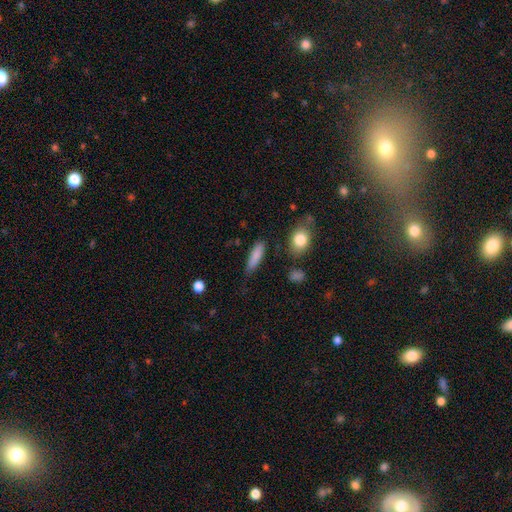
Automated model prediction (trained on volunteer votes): Overall: smooth (84%). How rounded: cigar-shaped (57%; in between 40%). Merging: none (78%).